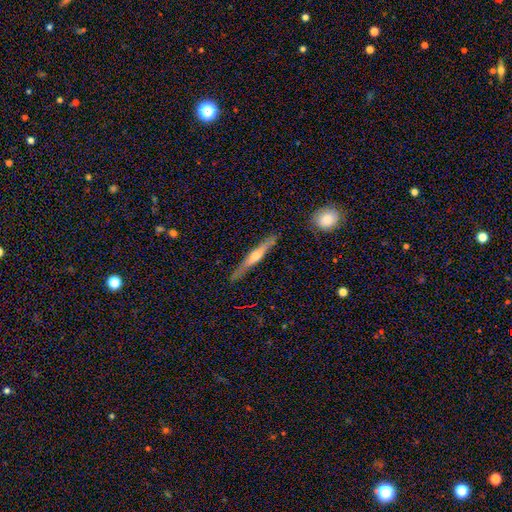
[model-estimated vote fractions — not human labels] A featured or disk galaxy (66%) viewed edge-on (96%) with a rounded central bulge (83%). Merging: none (86%).